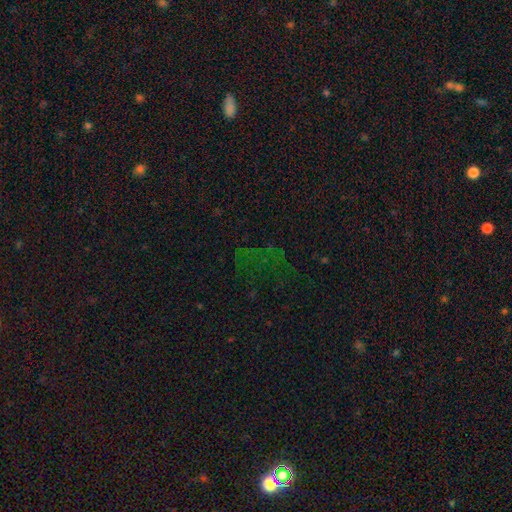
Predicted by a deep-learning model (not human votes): Smooth or featured: star or artifact — 70% (smooth — 19%)